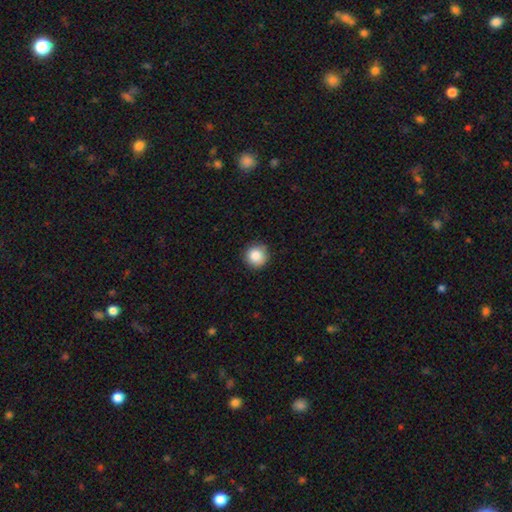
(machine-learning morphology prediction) smooth-or-featured: smooth: 87% | star or artifact: 9% | featured or disk: 4%
  how-rounded: round: 95% | in between: 4% | cigar-shaped: 1%
  merging: none: 87% | minor disturbance: 10% | major disturbance: 2% | merger: 1%